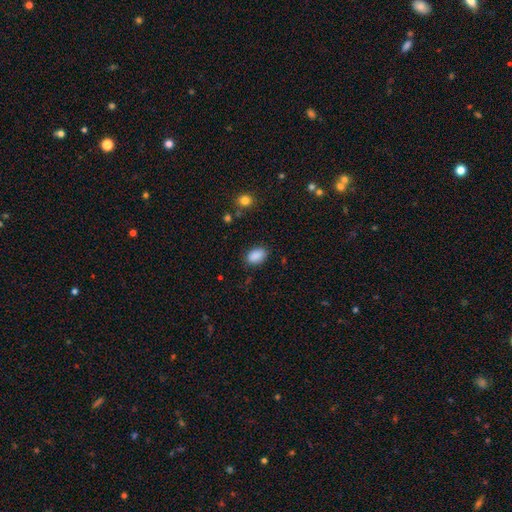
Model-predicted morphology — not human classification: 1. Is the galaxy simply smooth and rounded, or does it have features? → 89% smooth, 8% star or artifact, 3% featured or disk.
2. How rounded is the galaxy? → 90% in between, 9% round, 2% cigar-shaped.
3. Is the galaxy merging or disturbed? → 82% none, 13% minor disturbance, 3% major disturbance, 1% merger.